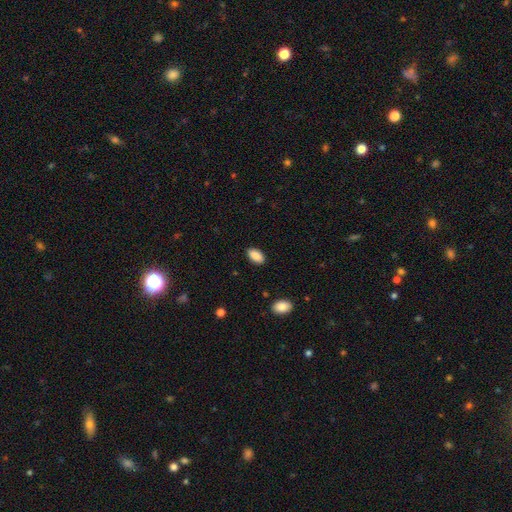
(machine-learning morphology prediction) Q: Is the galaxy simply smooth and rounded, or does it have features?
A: smooth — 89%.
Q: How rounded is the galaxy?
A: in between — 94%.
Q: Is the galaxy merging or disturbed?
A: none — 88%.